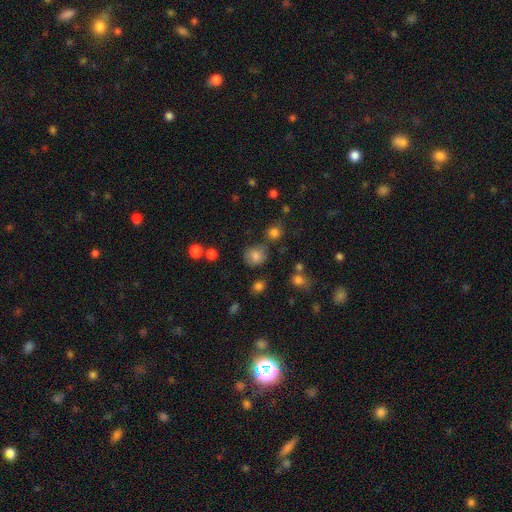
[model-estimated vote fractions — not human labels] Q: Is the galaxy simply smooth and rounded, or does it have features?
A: smooth — 79%.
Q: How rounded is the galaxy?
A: round — 81%.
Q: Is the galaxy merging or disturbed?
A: none — 71%.